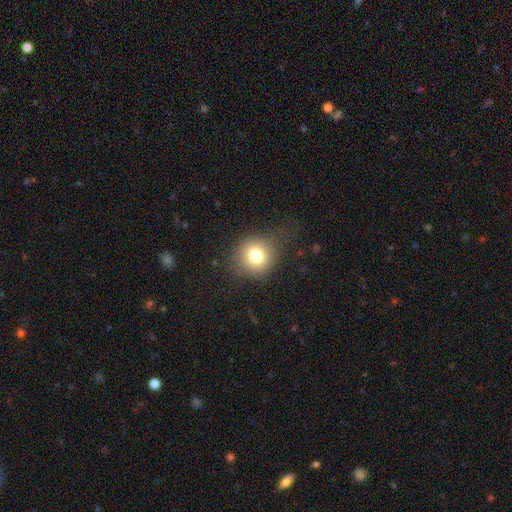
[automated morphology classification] Smooth or featured?
  - smooth: 77% *
  - star or artifact: 12%
  - featured or disk: 11%
How rounded?
  - round: 89% *
  - in between: 10%
  - cigar-shaped: 1%
Merging?
  - none: 78% *
  - minor disturbance: 14%
  - major disturbance: 7%
  - merger: 1%